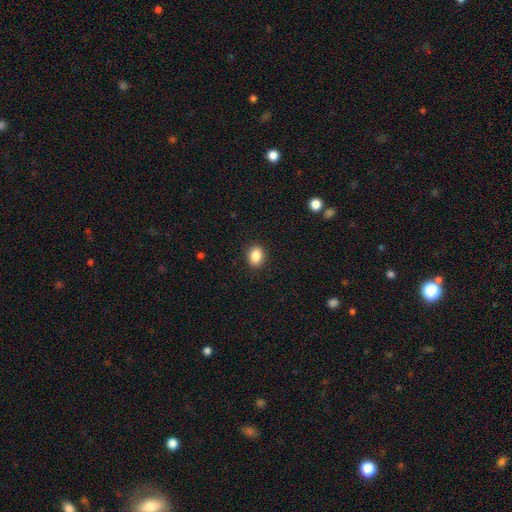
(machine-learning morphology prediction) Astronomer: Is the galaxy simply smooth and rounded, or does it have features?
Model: smooth — 86%.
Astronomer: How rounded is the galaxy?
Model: in between — 67%.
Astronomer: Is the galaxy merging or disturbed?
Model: none — 90%.